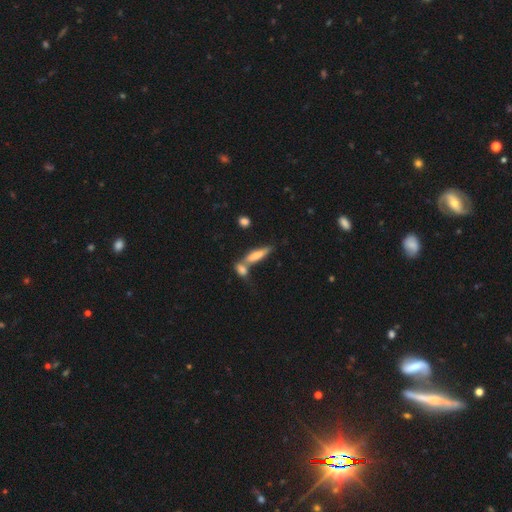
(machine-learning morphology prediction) smooth_or_featured: smooth (p=0.65) [alt: featured or disk p=0.27]
how_rounded: cigar-shaped (p=0.68) [alt: in between p=0.29]
merging: none (p=0.42) [tied with: merger p=0.42]